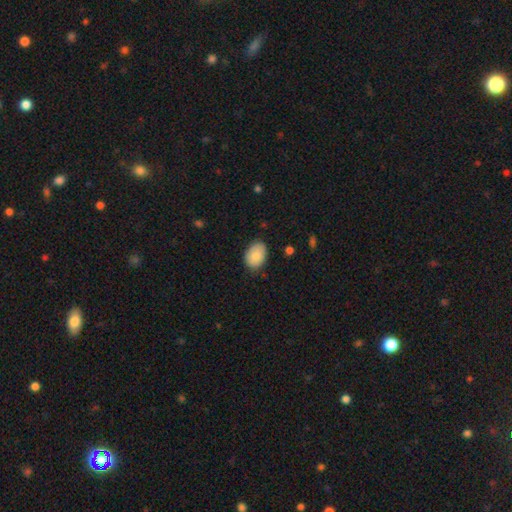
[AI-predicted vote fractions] Smooth or featured? smooth (84%)
How rounded? in between (80%)
Merging? none (81%)